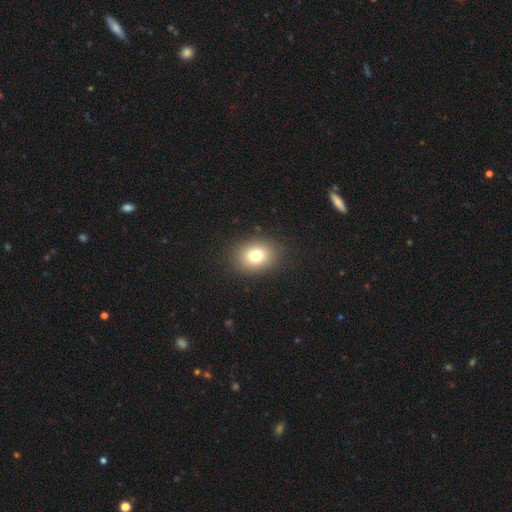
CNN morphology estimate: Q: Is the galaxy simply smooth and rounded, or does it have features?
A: smooth — 78%.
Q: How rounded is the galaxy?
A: in between — 54%.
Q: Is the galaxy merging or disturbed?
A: none — 88%.